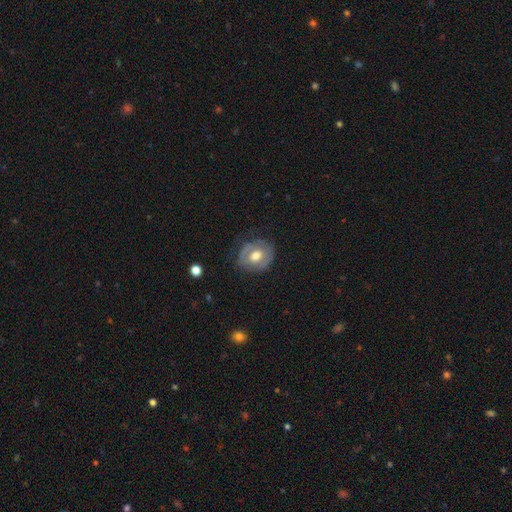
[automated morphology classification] type=featured or disk (49%); merging=none (73%).